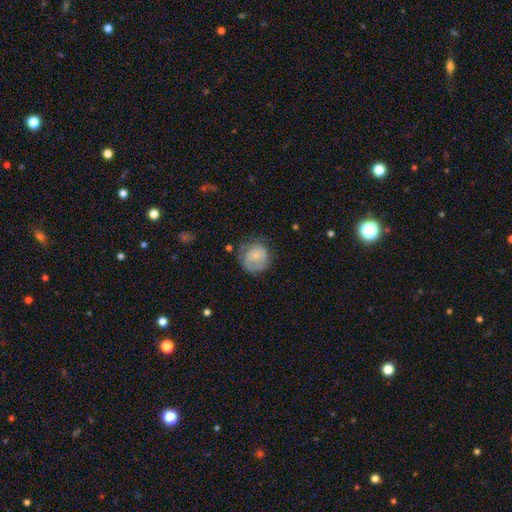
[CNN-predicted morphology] smooth-or-featured: smooth: 48% | featured or disk: 45% | star or artifact: 7%
  merging: none: 59% | minor disturbance: 24% | major disturbance: 14% | merger: 2%